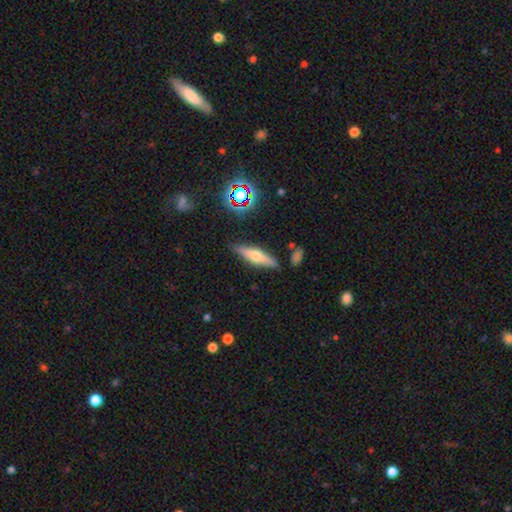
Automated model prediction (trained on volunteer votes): This appears to be a featured or disk galaxy (48%). Merging: none (84%).